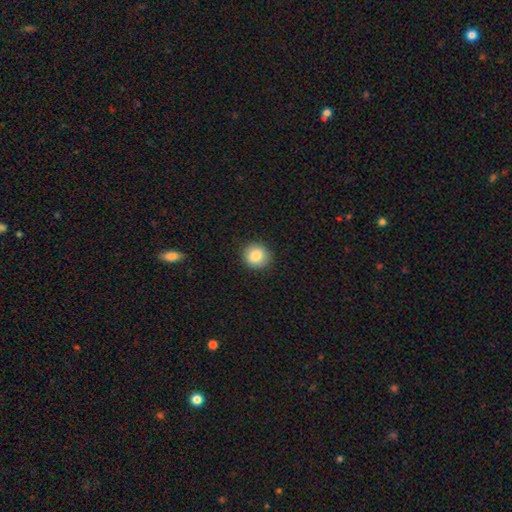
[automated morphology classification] smooth_or_featured: smooth (p=0.86) [alt: star or artifact p=0.09]
how_rounded: round (p=0.88) [alt: in between p=0.11]
merging: none (p=0.90) [alt: minor disturbance p=0.07]